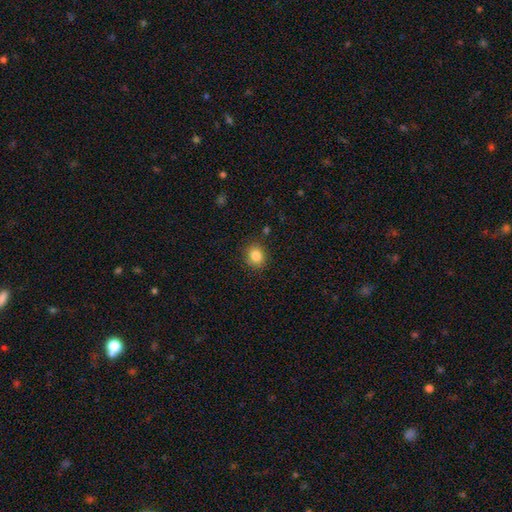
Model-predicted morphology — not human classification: Smooth or featured? smooth (84%)
How rounded? round (77%)
Merging? none (86%)